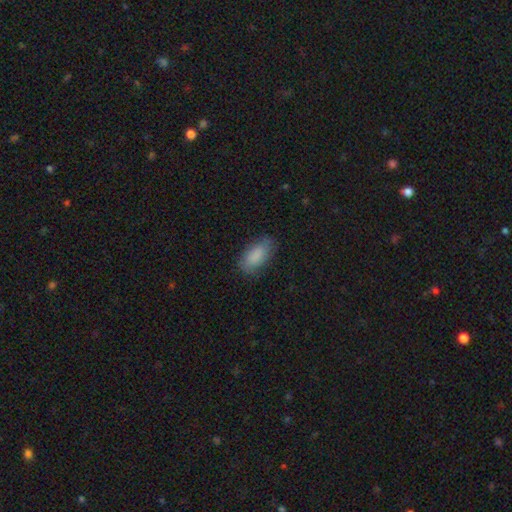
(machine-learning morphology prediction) Overall: smooth (87%). How rounded: in between (91%). Merging: none (79%).